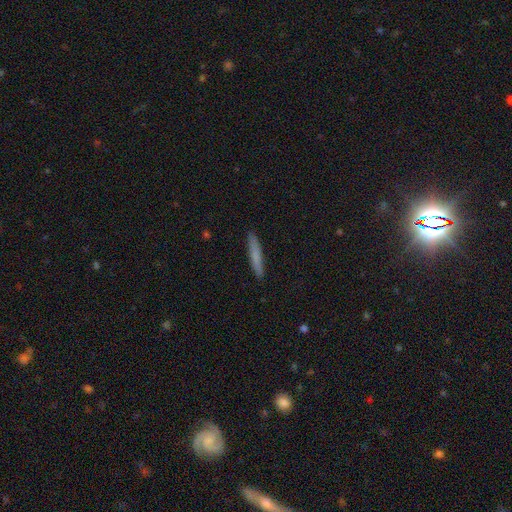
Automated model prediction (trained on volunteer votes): A smooth galaxy with no disk features (74%) that is cigar-shaped (95%).

Vote fractions:
- Smooth or featured? smooth: 74% / featured or disk: 20% / star or artifact: 6%
- How rounded? cigar-shaped: 95% / in between: 4% / round: 1%
- Merging? none: 91% / minor disturbance: 6% / major disturbance: 1% / merger: 1%